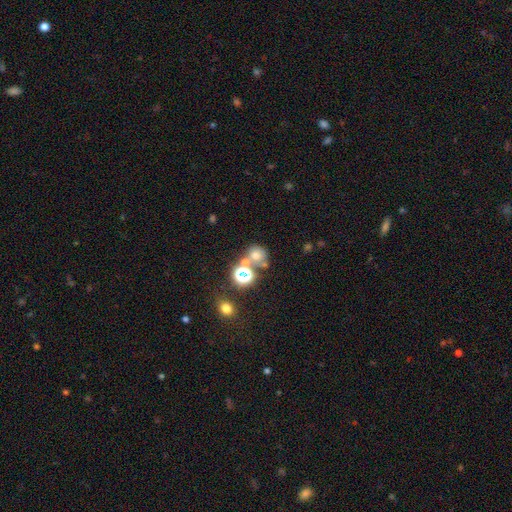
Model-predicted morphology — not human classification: Overall: smooth (58%; star or artifact 29%). How rounded: round (79%). Merging: none (53%; merger 31%).